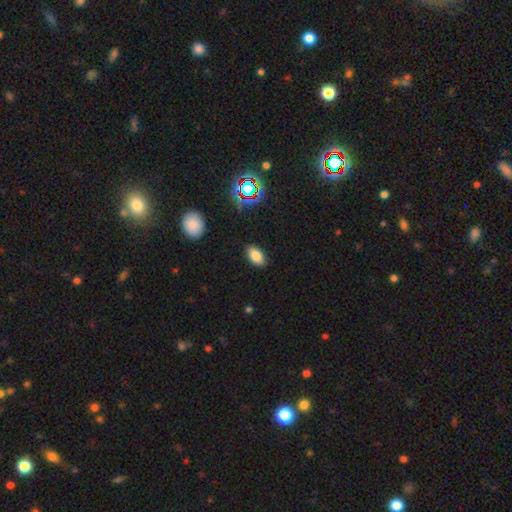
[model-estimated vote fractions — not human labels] This is clearly a smooth galaxy (81%). How rounded: clearly in between (92%). Merging: clearly none (87%).